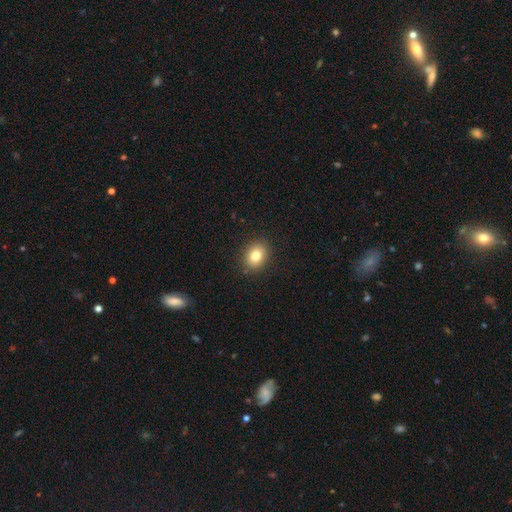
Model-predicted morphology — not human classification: smooth_or_featured: smooth (p=0.81) [alt: star or artifact p=0.10]
how_rounded: in between (p=0.51) [alt: round p=0.48]
merging: none (p=0.88) [alt: minor disturbance p=0.08]